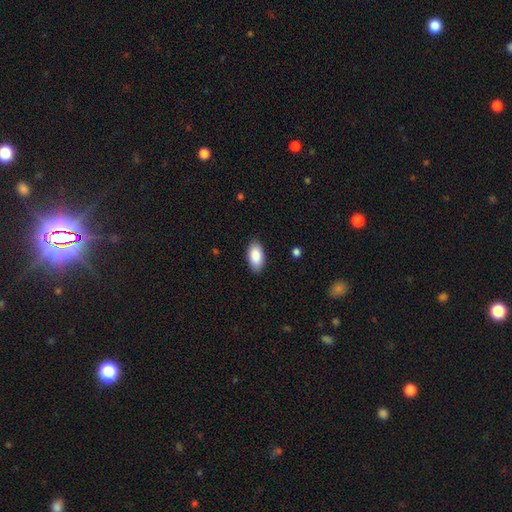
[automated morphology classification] Smooth or featured?
  - smooth: 89% *
  - star or artifact: 6%
  - featured or disk: 5%
How rounded?
  - in between: 95% *
  - cigar-shaped: 3%
  - round: 2%
Merging?
  - none: 88% *
  - minor disturbance: 9%
  - major disturbance: 2%
  - merger: 1%